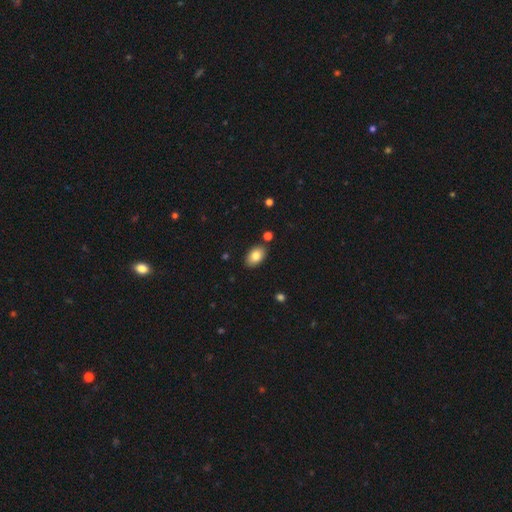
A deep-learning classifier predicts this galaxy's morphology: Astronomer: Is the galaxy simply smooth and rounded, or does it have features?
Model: smooth — 82%.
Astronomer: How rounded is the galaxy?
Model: in between — 90%.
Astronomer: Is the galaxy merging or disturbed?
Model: none — 84%.